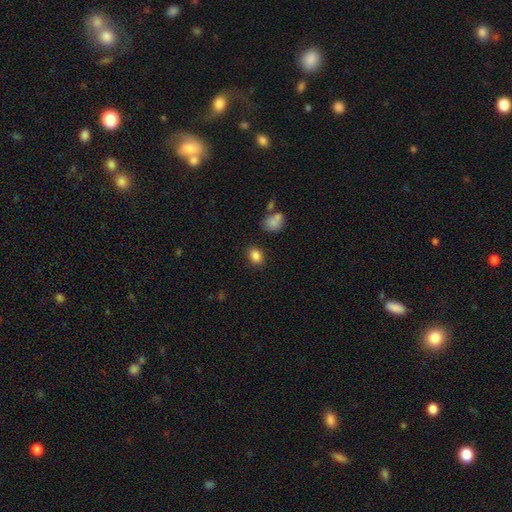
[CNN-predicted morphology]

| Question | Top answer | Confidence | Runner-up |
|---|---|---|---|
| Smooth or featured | smooth | 85% | star or artifact (10%) |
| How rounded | in between | 58% | round (41%) |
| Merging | none | 83% | minor disturbance (10%) |